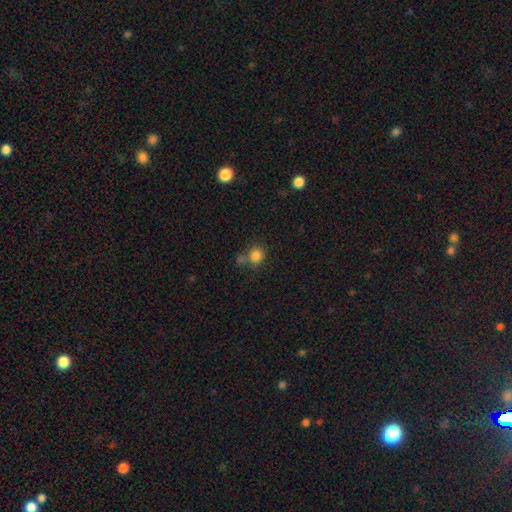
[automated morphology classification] Smooth or featured?
  - smooth: 82% *
  - star or artifact: 12%
  - featured or disk: 6%
How rounded?
  - round: 81% *
  - in between: 18%
  - cigar-shaped: 1%
Merging?
  - none: 54% *
  - merger: 26%
  - minor disturbance: 14%
  - major disturbance: 6%